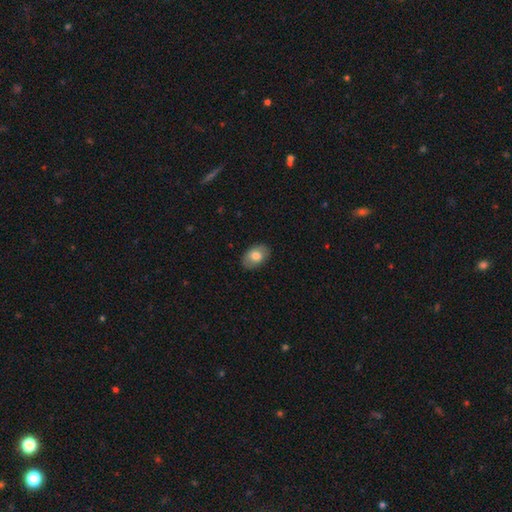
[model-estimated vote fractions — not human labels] Smooth or featured? smooth (76%)
How rounded? in between (86%)
Merging? none (84%)